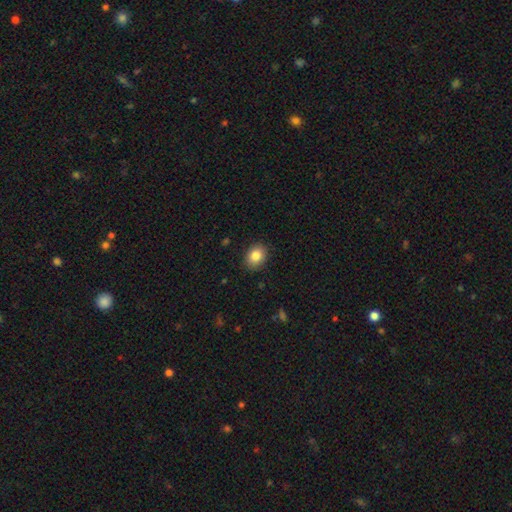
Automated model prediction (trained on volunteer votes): A smooth galaxy with no disk features (85%) that is in between round and cigar-shaped (55%).

Vote fractions:
- Smooth or featured? smooth: 85% / star or artifact: 9% / featured or disk: 7%
- How rounded? in between: 55% / round: 44% / cigar-shaped: 1%
- Merging? none: 88% / minor disturbance: 9% / major disturbance: 2% / merger: 1%